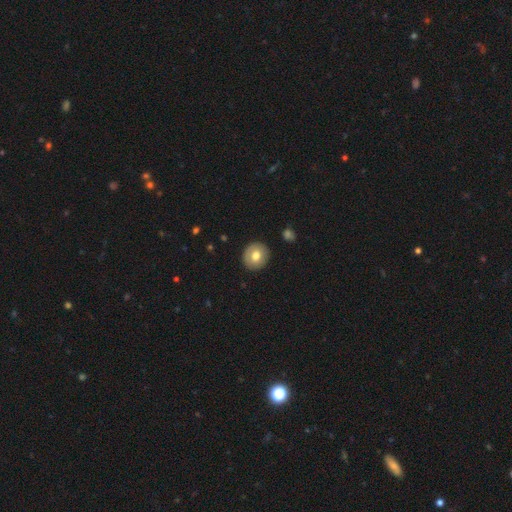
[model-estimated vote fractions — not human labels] Q: Smooth or featured?
A: smooth (73%); runner-up: featured or disk (20%)
Q: How rounded?
A: round (88%); runner-up: in between (11%)
Q: Merging?
A: none (91%); runner-up: minor disturbance (6%)